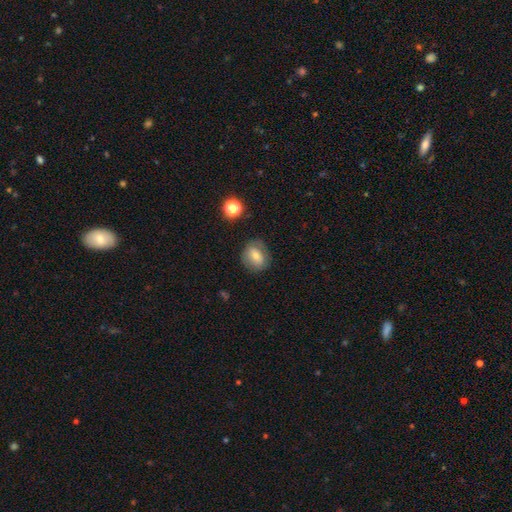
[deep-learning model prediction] Smooth or featured? smooth (63%)
How rounded? round (54%)
Merging? none (76%)